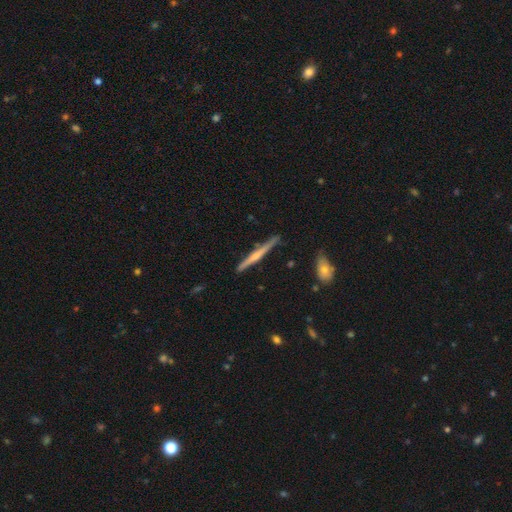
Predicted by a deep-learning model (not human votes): featured or disk 70%, smooth 25%, star or artifact 6%. Down the decision tree: edge-on disk — yes (98%); edge-on bulge — rounded (66%); merging — none (88%).